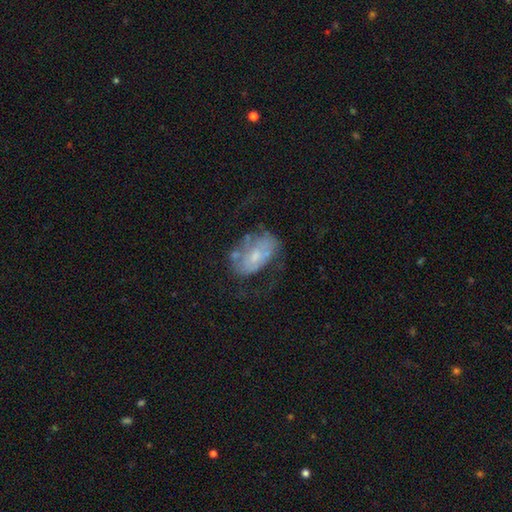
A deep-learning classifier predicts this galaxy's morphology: The model was most divided on "spiral arms": yes: 51%, no: 49%. Remaining: edge-on disk — no (96%); bar — no (69%); smooth or featured — featured or disk (59%); bulge size — small (50%); merging — none (40%).